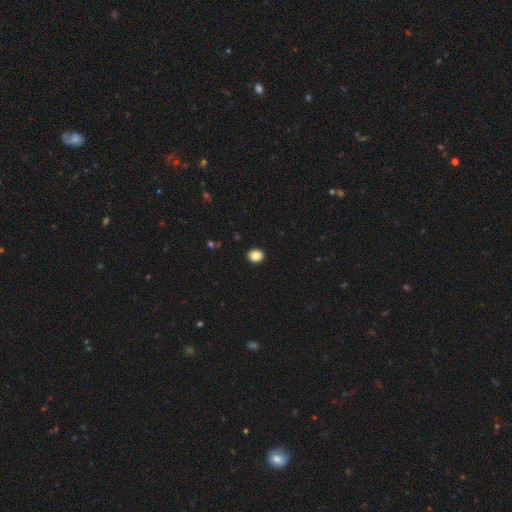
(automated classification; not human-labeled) Smooth or featured?
  - smooth: 86% *
  - star or artifact: 10%
  - featured or disk: 4%
How rounded?
  - round: 64% *
  - in between: 35%
  - cigar-shaped: 1%
Merging?
  - none: 92% *
  - minor disturbance: 5%
  - major disturbance: 2%
  - merger: 1%